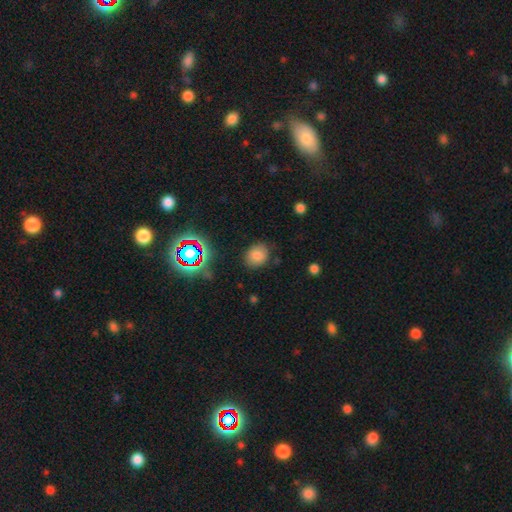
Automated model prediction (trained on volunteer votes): Overall: smooth (78%). How rounded: round (60%; in between 39%). Merging: none (81%).